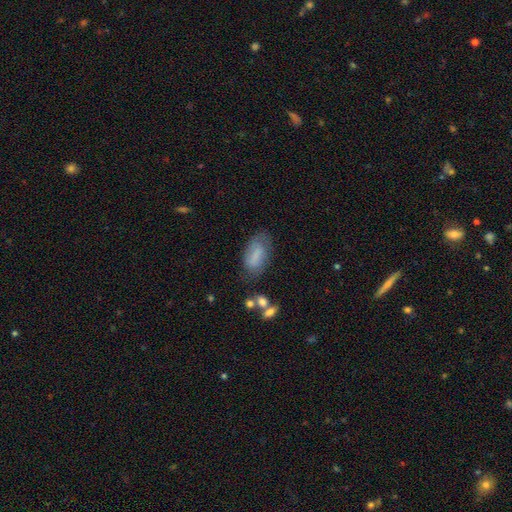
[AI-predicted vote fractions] Smooth or featured? smooth (69%)
How rounded? in between (88%)
Merging? none (62%)